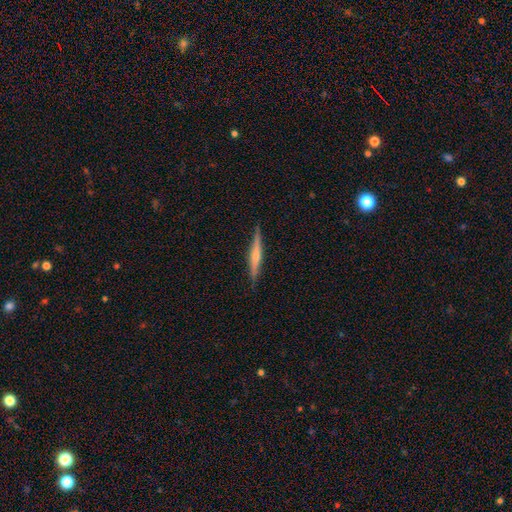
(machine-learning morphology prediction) Smooth or featured?
  - featured or disk: 59% *
  - smooth: 35%
  - star or artifact: 6%
Edge-on disk?
  - yes: 97% *
  - no: 3%
Edge-on bulge?
  - rounded: 66% *
  - none: 24%
  - boxy: 10%
Merging?
  - none: 89% *
  - minor disturbance: 8%
  - major disturbance: 2%
  - merger: 1%